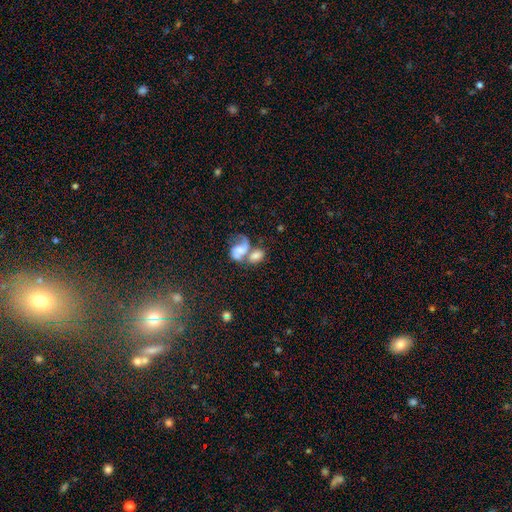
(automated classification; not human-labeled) Smooth or featured?
  - smooth: 52% *
  - featured or disk: 38%
  - star or artifact: 10%
How rounded?
  - in between: 81% *
  - round: 17%
  - cigar-shaped: 2%
Merging?
  - merger: 71% *
  - none: 13%
  - major disturbance: 9%
  - minor disturbance: 7%